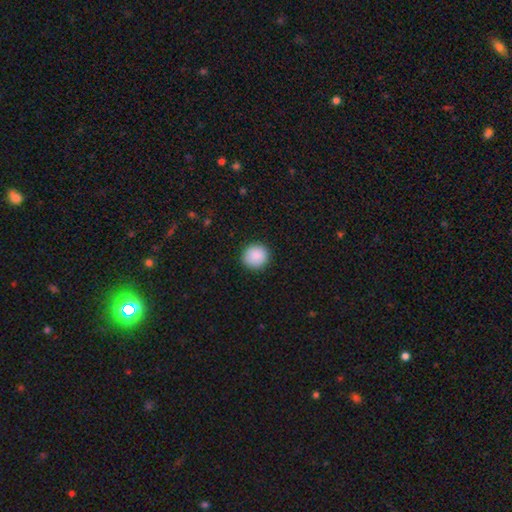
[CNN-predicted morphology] A smooth galaxy with no disk features (90%) that is round (92%). Merging: none (91%).